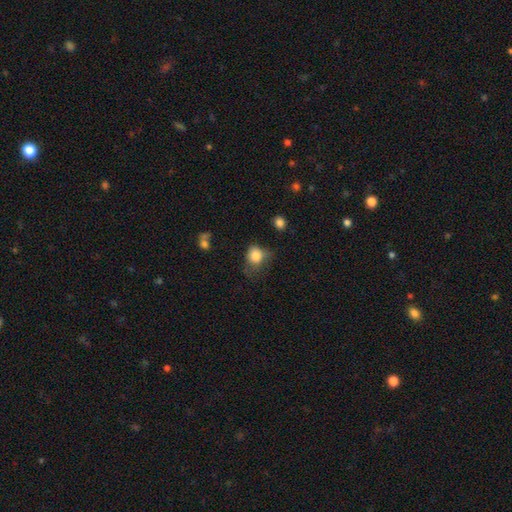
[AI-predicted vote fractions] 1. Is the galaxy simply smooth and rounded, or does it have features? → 81% smooth, 10% star or artifact, 9% featured or disk.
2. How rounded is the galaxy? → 63% round, 36% in between, 1% cigar-shaped.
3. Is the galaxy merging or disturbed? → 41% none, 35% minor disturbance, 20% major disturbance, 4% merger.